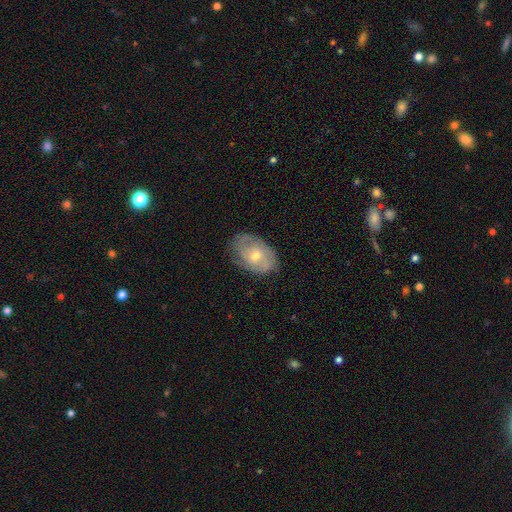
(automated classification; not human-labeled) Smooth or featured: featured or disk — 51% (smooth — 42%)
Edge-on disk: no — 94% (yes — 6%)
Merging: none — 70% (minor disturbance — 23%)